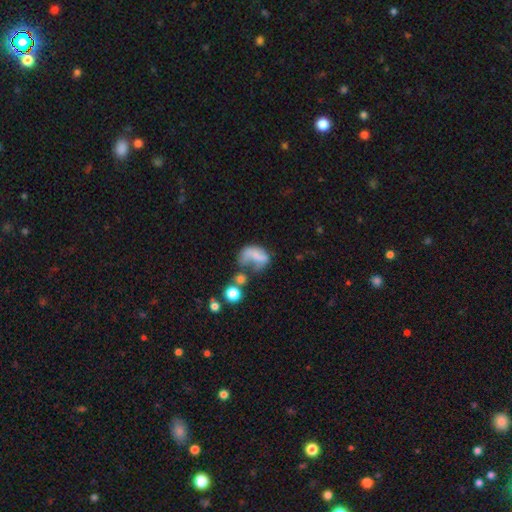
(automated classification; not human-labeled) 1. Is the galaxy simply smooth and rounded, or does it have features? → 54% smooth, 33% featured or disk, 13% star or artifact.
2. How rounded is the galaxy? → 79% in between, 18% round, 3% cigar-shaped.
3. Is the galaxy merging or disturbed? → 40% major disturbance, 25% merger, 18% none, 17% minor disturbance.